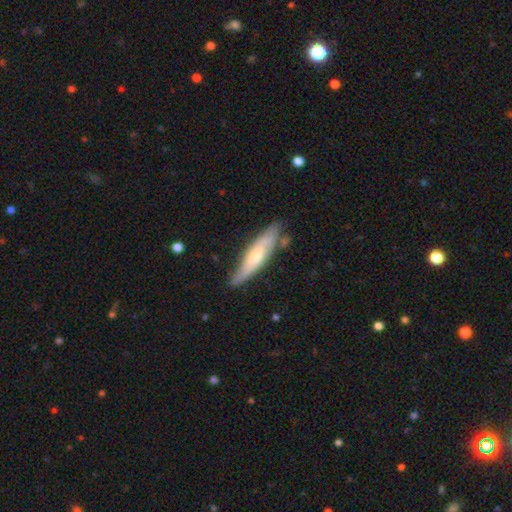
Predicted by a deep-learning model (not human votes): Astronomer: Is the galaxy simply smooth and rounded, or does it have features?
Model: featured or disk — 49% (runner-up: smooth, 45%).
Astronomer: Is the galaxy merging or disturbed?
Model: none — 69%.